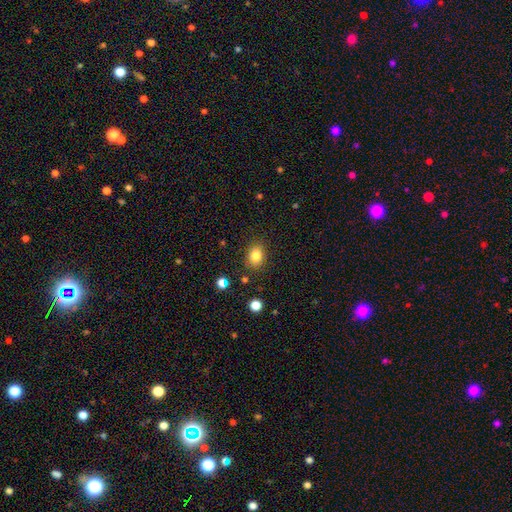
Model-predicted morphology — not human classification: Smooth or featured? Predicted: smooth (p=0.82). How rounded? Predicted: in between (p=0.61). Merging? Predicted: none (p=0.84).